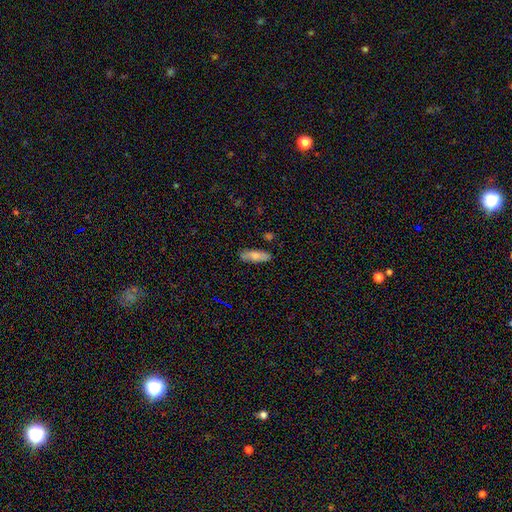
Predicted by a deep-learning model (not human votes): smooth 72%, featured or disk 21%, star or artifact 7%. Down the decision tree: how rounded — in between (59%); merging — none (83%).